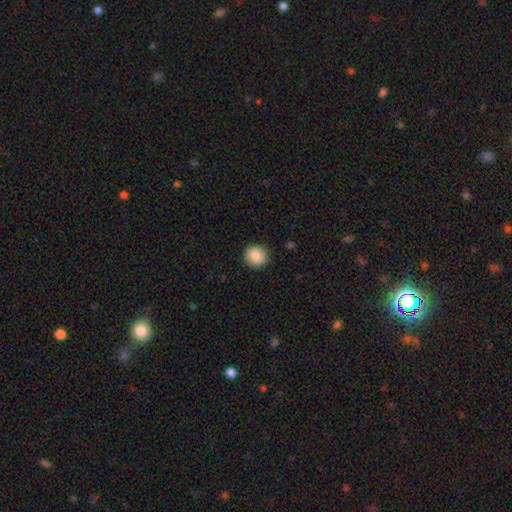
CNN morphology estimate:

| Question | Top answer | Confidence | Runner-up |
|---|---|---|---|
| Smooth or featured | smooth | 88% | star or artifact (8%) |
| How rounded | round | 89% | in between (10%) |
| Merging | none | 90% | minor disturbance (7%) |